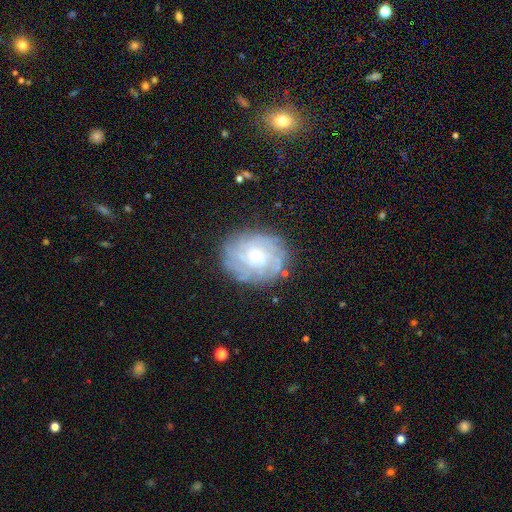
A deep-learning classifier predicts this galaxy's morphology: A featured or disk galaxy (73%) with no bar (77%), tight (73%) spiral arms (92%) and a small central bulge (54%).

Vote fractions:
- Smooth or featured? featured or disk: 73% / smooth: 18% / star or artifact: 9%
- Edge-on disk? no: 97% / yes: 3%
- Bar? no: 77% / weak: 20% / strong: 4%
- Spiral arms? yes: 92% / no: 8%
- Spiral winding? tight: 73% / medium: 21% / loose: 6%
- Spiral arm count? can't tell: 45% / 4: 16% / more than 4: 13% / 3: 11% / 2: 9% / 1: 6%
- Bulge size? small: 54% / moderate: 37% / large: 5% / none: 3% / dominant: 1%
- Merging? none: 80% / minor disturbance: 14% / major disturbance: 4% / merger: 1%